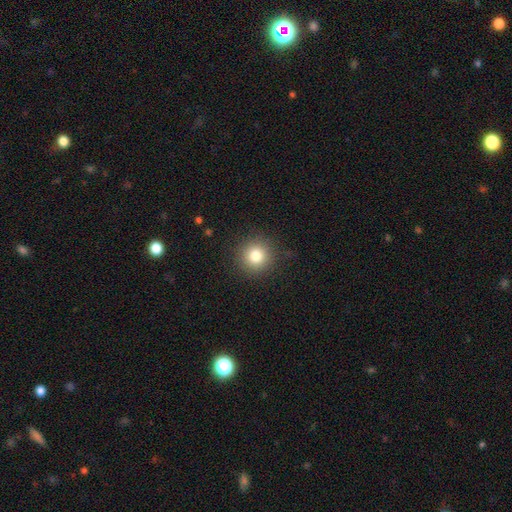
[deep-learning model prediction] This is clearly a smooth galaxy (81%). How rounded: clearly round (94%). Merging: clearly none (90%).